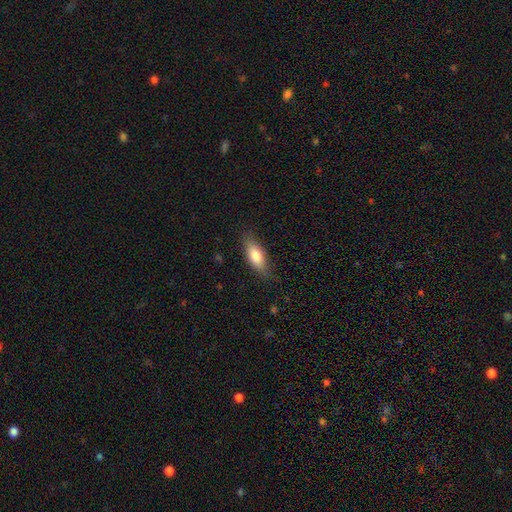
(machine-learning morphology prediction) The model was most divided on "how rounded": in between: 74%, cigar-shaped: 23%, round: 2%. More confident: merging — none (79%); smooth or featured — smooth (78%).